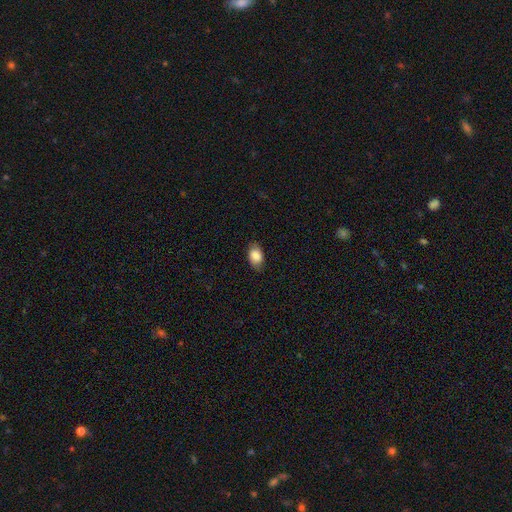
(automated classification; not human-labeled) This is clearly a smooth galaxy (83%). How rounded: clearly in between (89%). Merging: likely none (80%).